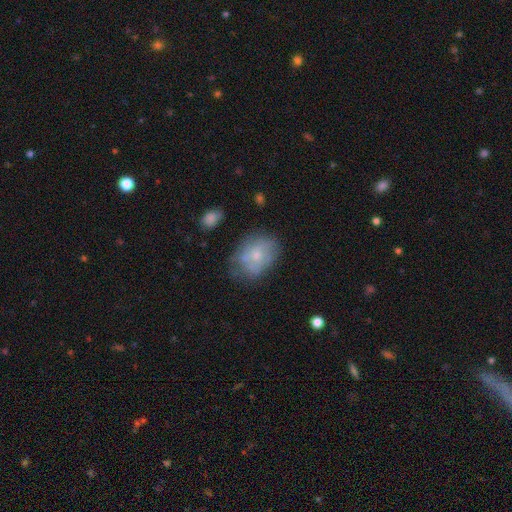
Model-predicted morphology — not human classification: smooth 59%, featured or disk 32%, star or artifact 9%. Down the decision tree: how rounded — in between (73%); merging — none (52%).